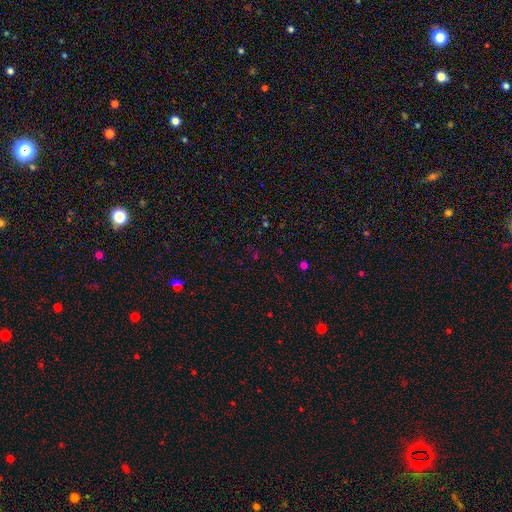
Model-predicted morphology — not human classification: A star or artifact, not a galaxy (62%).